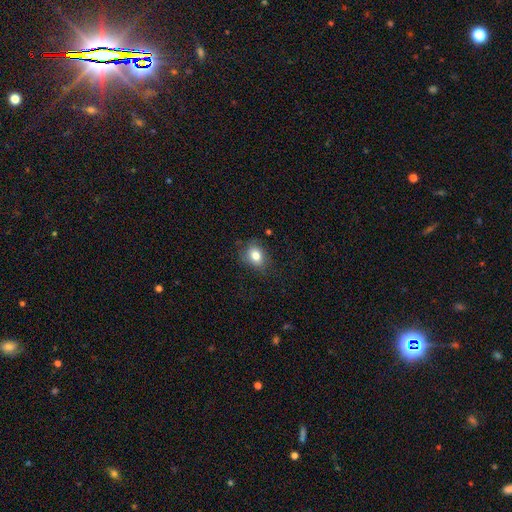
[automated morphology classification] type=smooth (81%); roundness=in between (58%); merging=none (73%).